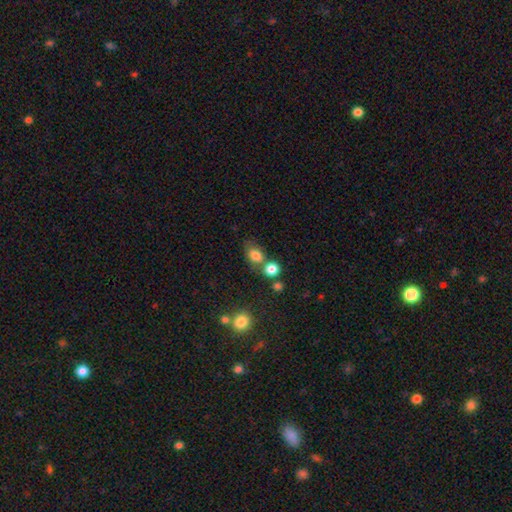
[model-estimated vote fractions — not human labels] Overall: smooth (80%). How rounded: in between (56%; round 43%). Merging: none (48%; merger 31%).